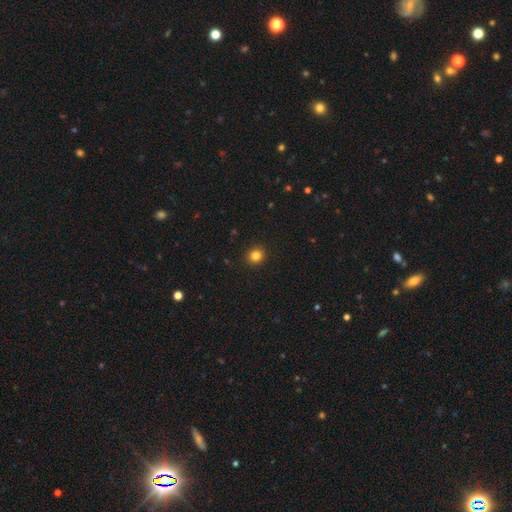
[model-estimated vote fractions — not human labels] smooth 82%, star or artifact 12%, featured or disk 5%. Down the decision tree: how rounded — round (84%); merging — none (92%).